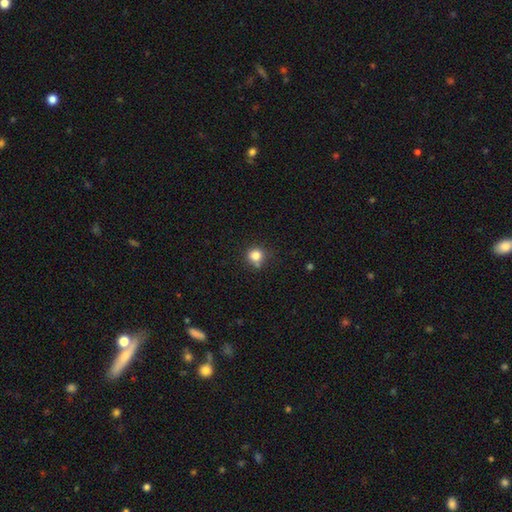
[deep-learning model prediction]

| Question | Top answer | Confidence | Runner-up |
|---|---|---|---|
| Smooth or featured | smooth | 81% | star or artifact (12%) |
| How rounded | round | 89% | in between (10%) |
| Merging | none | 72% | minor disturbance (15%) |